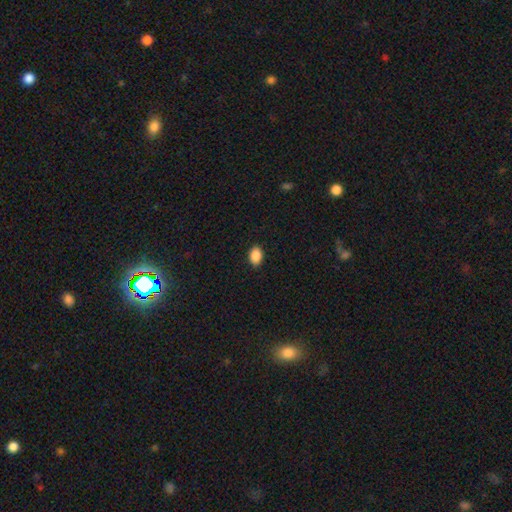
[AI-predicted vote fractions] smooth_or_featured: smooth (p=0.89) [alt: star or artifact p=0.08]
how_rounded: in between (p=0.84) [alt: round p=0.15]
merging: none (p=0.89) [alt: minor disturbance p=0.08]